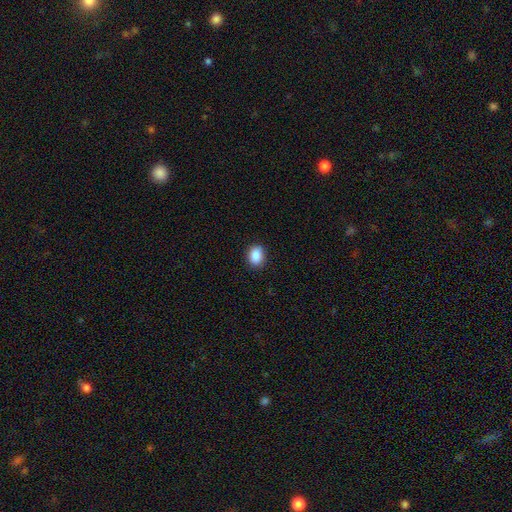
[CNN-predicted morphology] A smooth galaxy with no disk features (88%) that is in between round and cigar-shaped (63%). Merging: none (88%).